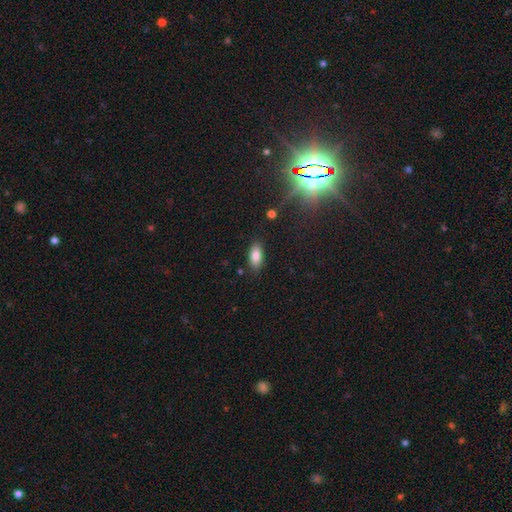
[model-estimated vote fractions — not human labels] Smooth or featured: smooth — 82% (star or artifact — 9%)
How rounded: in between — 87% (cigar-shaped — 10%)
Merging: none — 84% (minor disturbance — 11%)